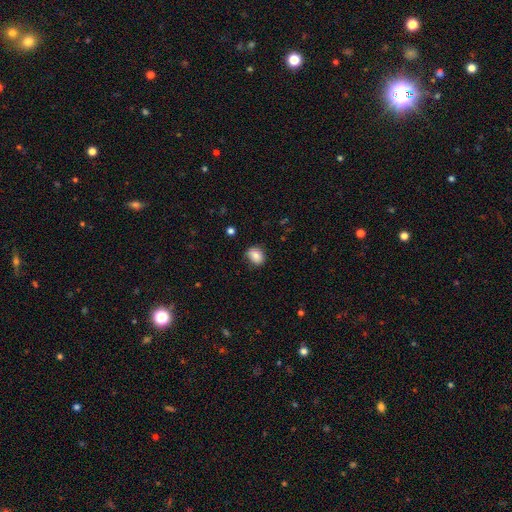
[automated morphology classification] This appears to be a smooth galaxy with no disk features (80%) that is round (54%). Merging: none (77%).